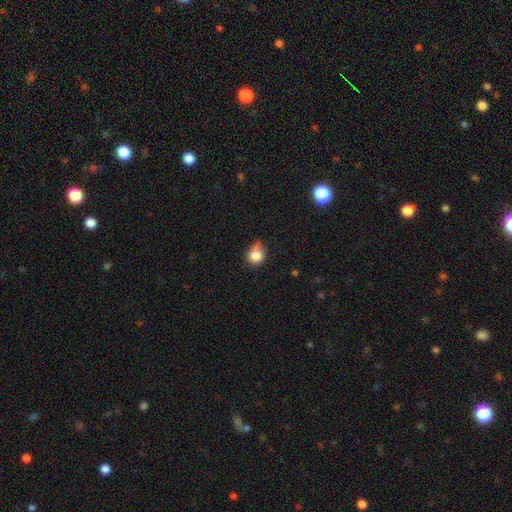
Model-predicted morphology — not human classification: smooth_or_featured: smooth (p=0.82) [alt: star or artifact p=0.10]
how_rounded: round (p=0.76) [alt: in between p=0.23]
merging: minor disturbance (p=0.42) [alt: none p=0.41]